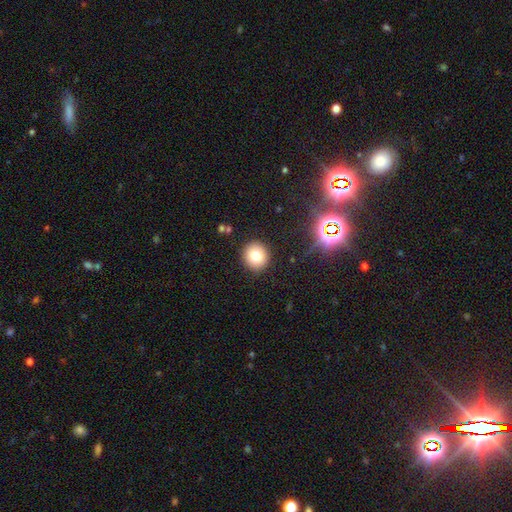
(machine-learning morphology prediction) Smooth or featured?
  - smooth: 77% *
  - star or artifact: 13%
  - featured or disk: 10%
How rounded?
  - round: 90% *
  - in between: 9%
  - cigar-shaped: 1%
Merging?
  - none: 90% *
  - minor disturbance: 7%
  - major disturbance: 2%
  - merger: 1%